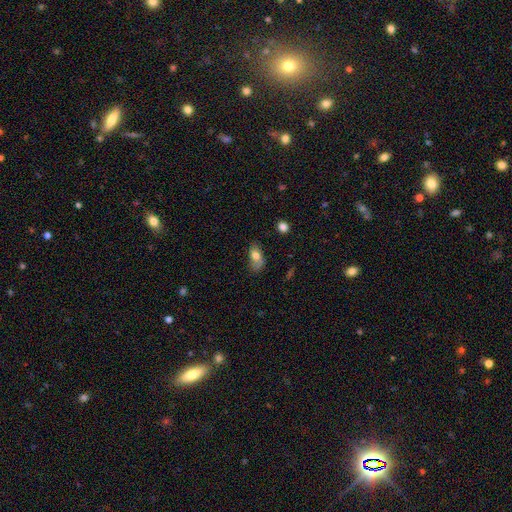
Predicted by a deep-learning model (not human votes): Q: Smooth or featured?
A: smooth (74%); runner-up: featured or disk (18%)
Q: How rounded?
A: in between (85%); runner-up: round (9%)
Q: Merging?
A: none (46%); runner-up: minor disturbance (33%)